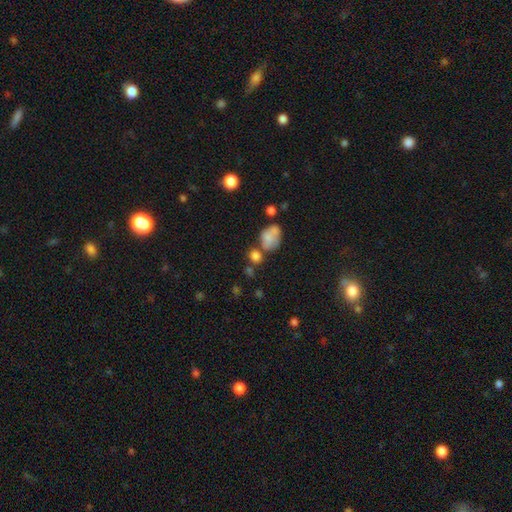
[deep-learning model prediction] smooth 76%, star or artifact 13%, featured or disk 11%. Down the decision tree: how rounded — round (52%); merging — none (45%).